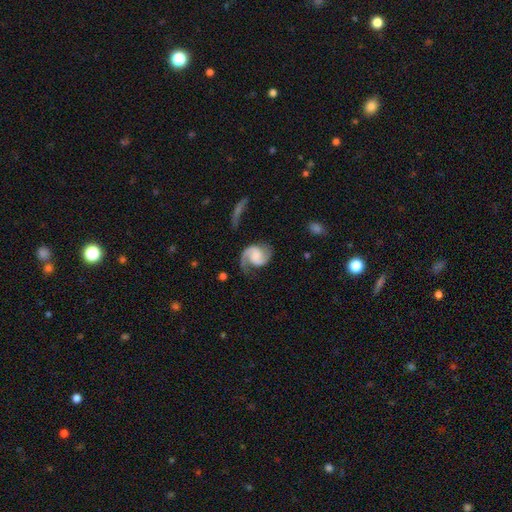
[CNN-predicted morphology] This is clearly a featured or disk galaxy (89%). It is clearly not viewed edge-on (98%). Bar: possibly no (50%). Spiral arm pattern: clearly yes (98%). Spiral arm count: clearly 2 (86%). Spiral winding: possibly medium (54%). Central bulge: marginally none (34%). Merging: likely none (71%).